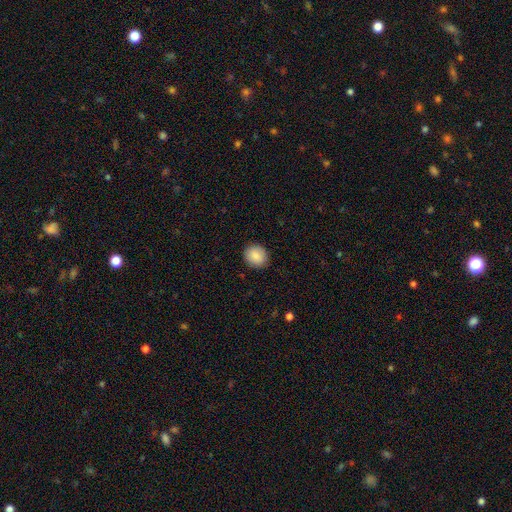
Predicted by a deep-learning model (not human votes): Overall: smooth (87%). How rounded: round (79%). Merging: none (90%).